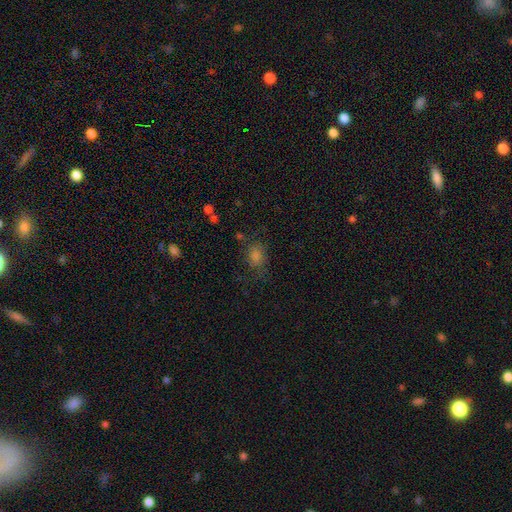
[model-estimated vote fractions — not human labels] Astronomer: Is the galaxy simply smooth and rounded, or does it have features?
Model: smooth — 63%.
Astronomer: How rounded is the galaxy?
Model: in between — 52% (runner-up: round, 46%).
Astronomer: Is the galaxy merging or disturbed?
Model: none — 66%.